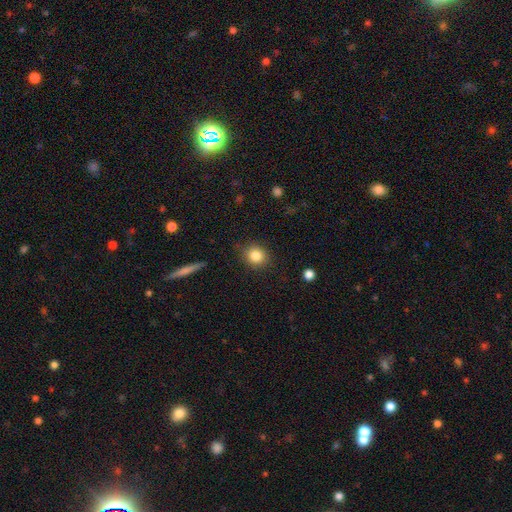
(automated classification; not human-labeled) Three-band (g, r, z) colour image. It shows a smooth galaxy with no disk features (84%) that is round (78%). Merging: none (85%).